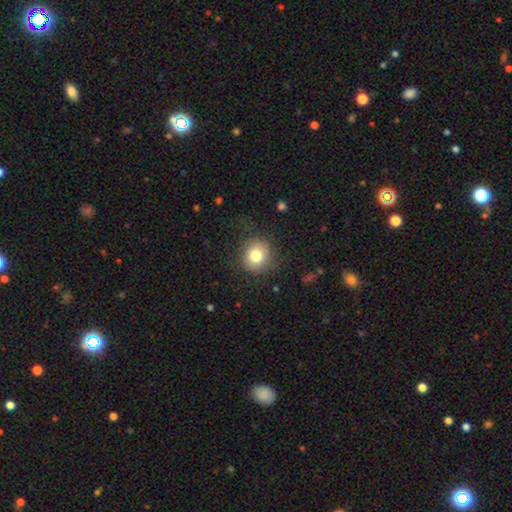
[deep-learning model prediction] Smooth or featured? smooth (78%)
How rounded? round (88%)
Merging? none (82%)